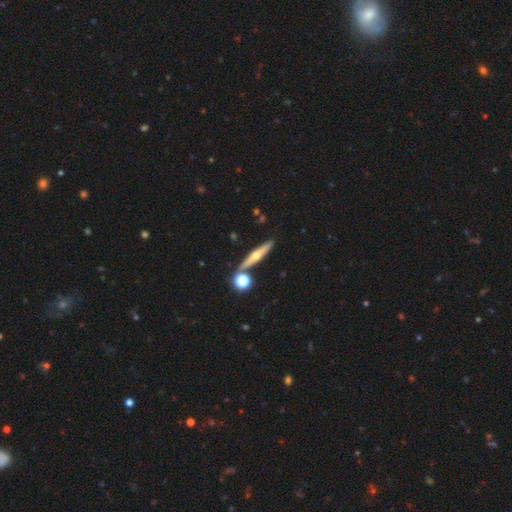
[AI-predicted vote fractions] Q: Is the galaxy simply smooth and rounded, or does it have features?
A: featured or disk — 57%.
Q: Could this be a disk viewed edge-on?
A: yes — 94%.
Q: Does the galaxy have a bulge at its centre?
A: rounded — 89%.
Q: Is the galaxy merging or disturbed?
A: none — 82%.